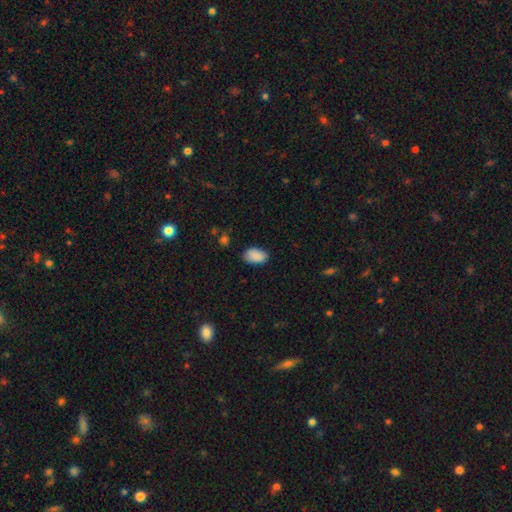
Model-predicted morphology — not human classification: This is clearly a smooth galaxy (89%). How rounded: clearly in between (91%). Merging: likely none (79%).